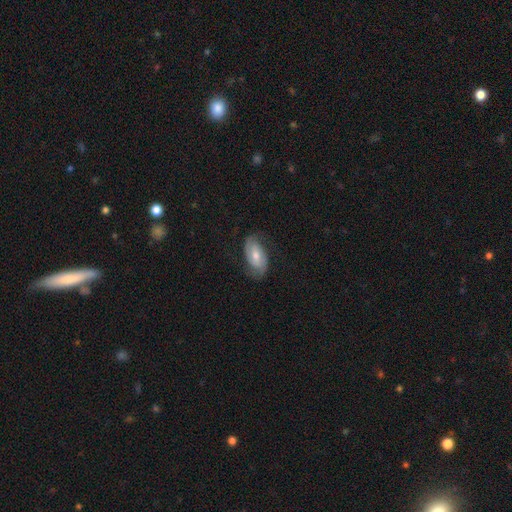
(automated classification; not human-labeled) This is likely a featured or disk galaxy (63%). It is clearly not viewed edge-on (94%). Bar: marginally weak (42%). Spiral arm pattern: clearly yes (87%). Spiral arm count: clearly 2 (81%). Spiral winding: marginally medium (40%, tied with tight). Central bulge: possibly moderate (57%). Merging: likely none (74%).